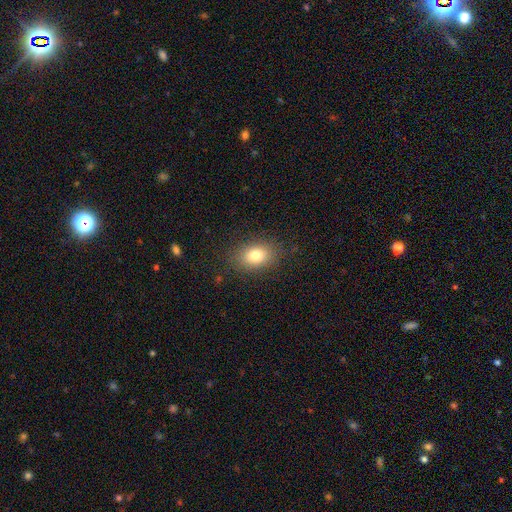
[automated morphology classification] Smooth or featured? Predicted: smooth (p=0.79). How rounded? Predicted: in between (p=0.69). Merging? Predicted: none (p=0.86).